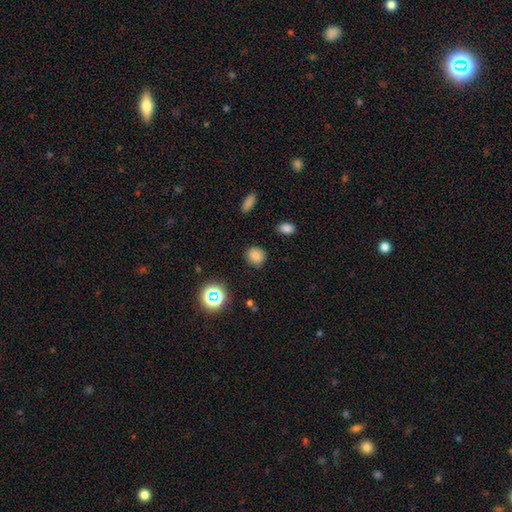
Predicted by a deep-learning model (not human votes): Morphology: type=smooth (80%); roundness=round (82%); merging=none (86%).